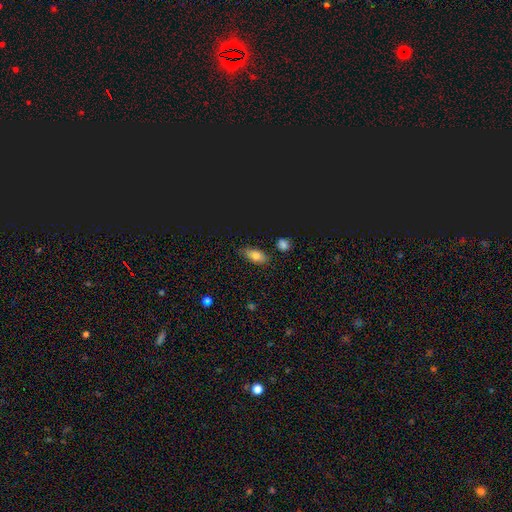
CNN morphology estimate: Q: Smooth or featured?
A: smooth (74%); runner-up: featured or disk (13%)
Q: How rounded?
A: in between (83%); runner-up: cigar-shaped (11%)
Q: Merging?
A: none (77%); runner-up: minor disturbance (17%)